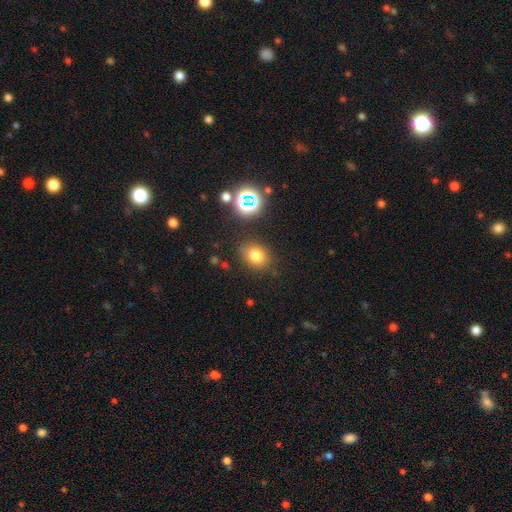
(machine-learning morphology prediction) Q: Smooth or featured?
A: smooth (76%); runner-up: star or artifact (16%)
Q: How rounded?
A: round (51%); runner-up: in between (48%)
Q: Merging?
A: none (83%); runner-up: minor disturbance (11%)